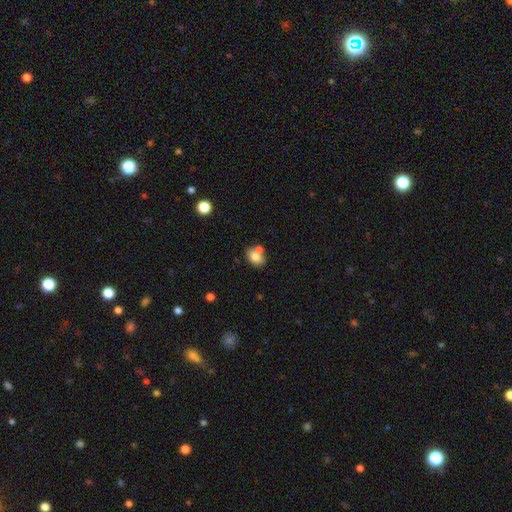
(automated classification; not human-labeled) Smooth or featured? Predicted: smooth (p=0.78). How rounded? Predicted: in between (p=0.66). Merging? Predicted: none (p=0.54).